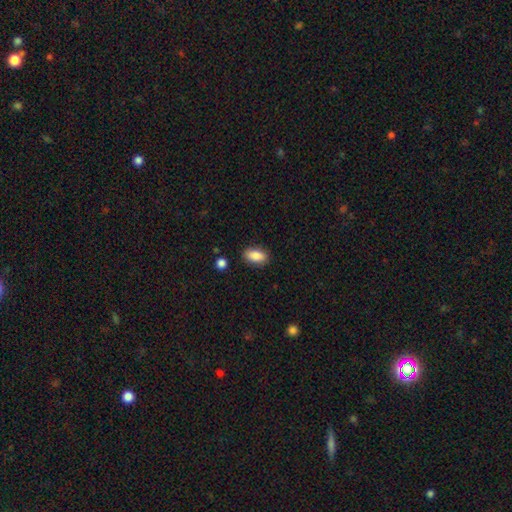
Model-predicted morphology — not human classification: type=smooth (87%); roundness=in between (91%); merging=none (87%).